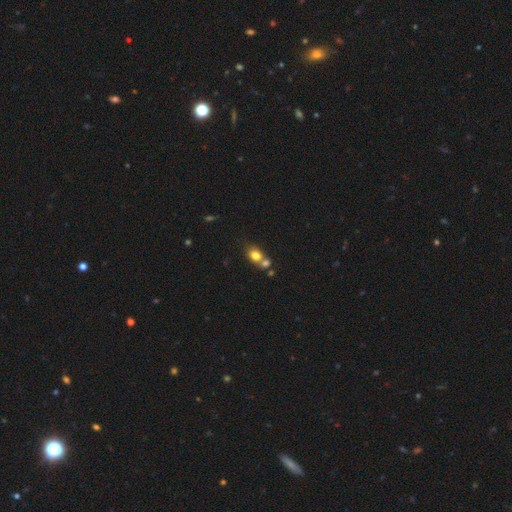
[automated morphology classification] This appears to be a smooth galaxy with no disk features (77%) that is round (53%). Merging: merger (47%).